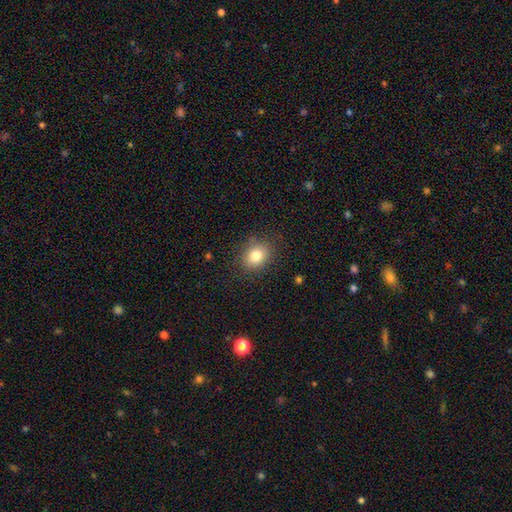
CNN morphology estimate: Smooth or featured: smooth — 81% (star or artifact — 11%)
How rounded: round — 54% (in between — 46%)
Merging: none — 84% (minor disturbance — 11%)